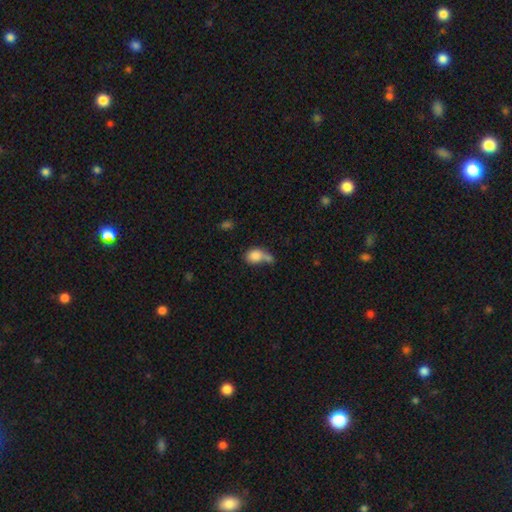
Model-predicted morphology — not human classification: The model was most divided on "merging": merger: 45%, none: 28%, minor disturbance: 15%, major disturbance: 12%. More confident: smooth or featured — smooth (81%); how rounded — in between (63%).